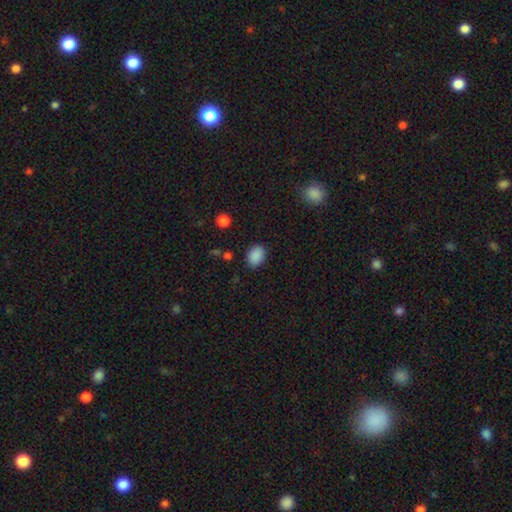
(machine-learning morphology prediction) smooth_or_featured: smooth (p=0.88) [alt: star or artifact p=0.09]
how_rounded: in between (p=0.69) [alt: round p=0.30]
merging: none (p=0.86) [alt: minor disturbance p=0.10]